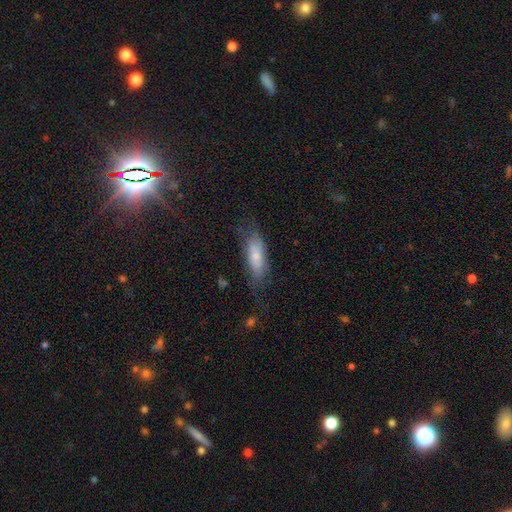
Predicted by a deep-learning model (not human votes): Morphology: type=smooth (68%); roundness=in between (63%); merging=none (61%).